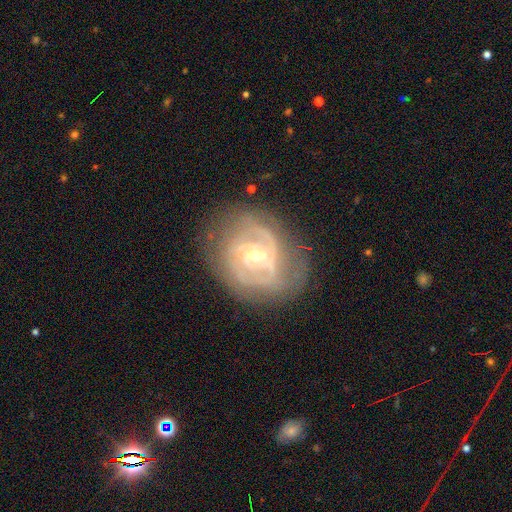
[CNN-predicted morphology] Q: Smooth or featured?
A: featured or disk (85%); runner-up: smooth (8%)
Q: Edge-on disk?
A: no (97%); runner-up: yes (3%)
Q: Bar?
A: weak (46%); runner-up: no (33%)
Q: Spiral arms?
A: yes (93%); runner-up: no (7%)
Q: Spiral winding?
A: tight (57%); runner-up: medium (34%)
Q: Spiral arm count?
A: 2 (37%); runner-up: can't tell (28%)
Q: Bulge size?
A: small (62%); runner-up: moderate (35%)
Q: Merging?
A: none (68%); runner-up: minor disturbance (21%)